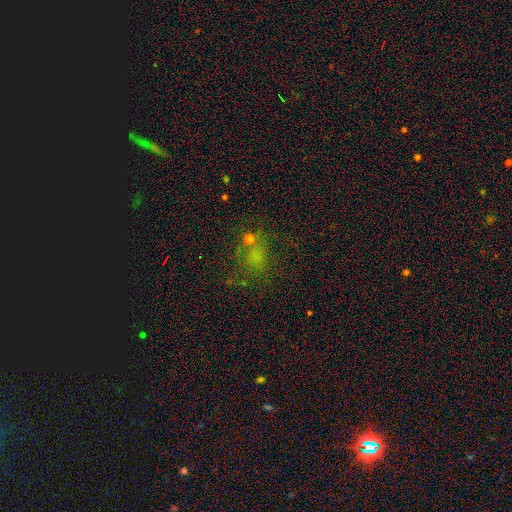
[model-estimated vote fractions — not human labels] A smooth galaxy with no disk features (44%).

Vote fractions:
- Smooth or featured? smooth: 44% / star or artifact: 34% / featured or disk: 22%
- Merging? none: 52% / major disturbance: 23% / minor disturbance: 19% / merger: 7%